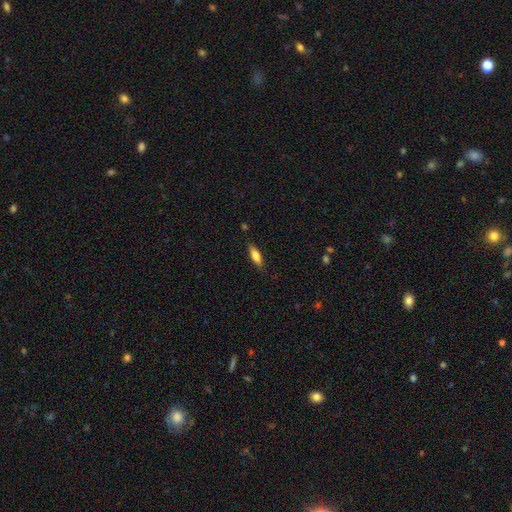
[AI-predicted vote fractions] Smooth or featured? smooth (74%)
How rounded? in between (53%)
Merging? none (82%)